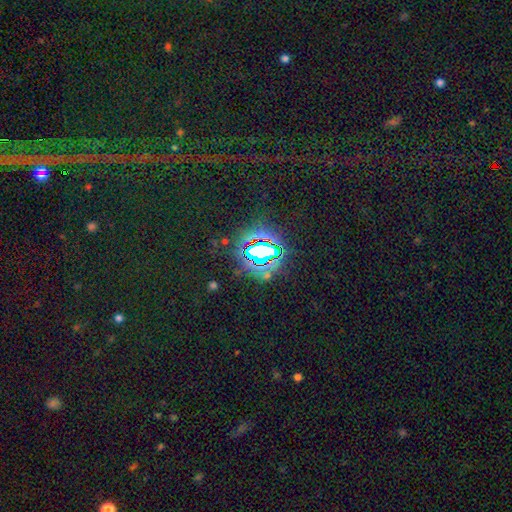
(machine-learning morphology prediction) Smooth or featured? star or artifact (79%)